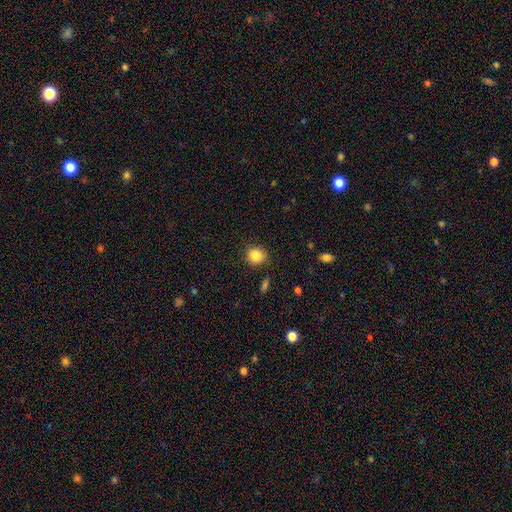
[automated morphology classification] A smooth galaxy with no disk features (85%) that is round (77%). Merging: none (86%).